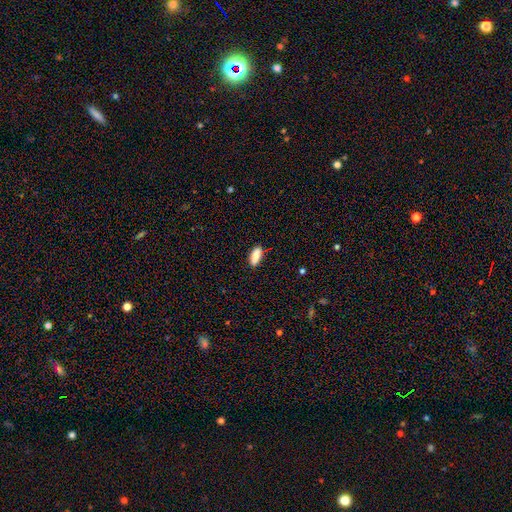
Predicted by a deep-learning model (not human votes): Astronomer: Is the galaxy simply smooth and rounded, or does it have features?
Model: smooth — 85%.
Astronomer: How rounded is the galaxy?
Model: in between — 82%.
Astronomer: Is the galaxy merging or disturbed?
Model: none — 80%.